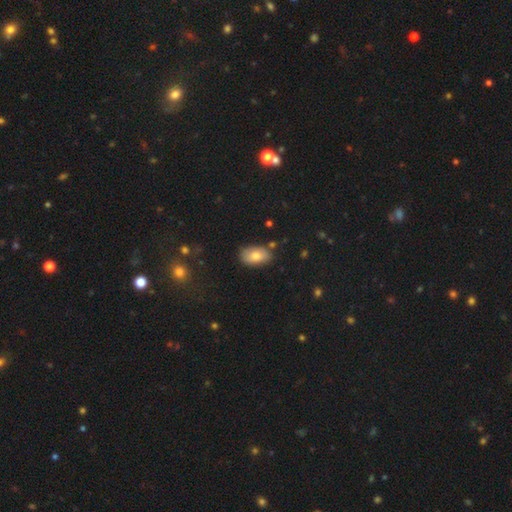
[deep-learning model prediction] smooth_or_featured: smooth (p=0.79) [alt: featured or disk p=0.13]
how_rounded: in between (p=0.91) [alt: round p=0.07]
merging: none (p=0.78) [alt: minor disturbance p=0.16]